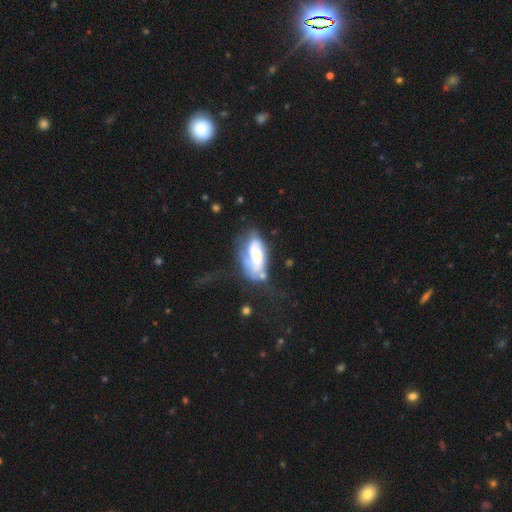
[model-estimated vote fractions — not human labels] Morphology: type=featured or disk (56%); edge-on=no (92%); bar=no (64%); spiral arms=yes (61%); bulge=moderate (30%); merging=major disturbance (35%).